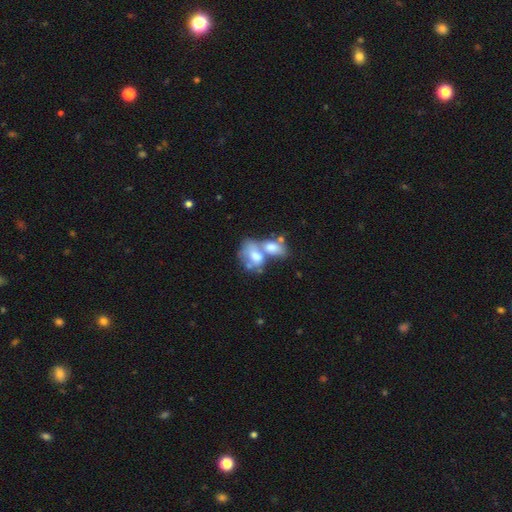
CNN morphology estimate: Smooth or featured? smooth (59%)
How rounded? in between (83%)
Merging? merger (71%)